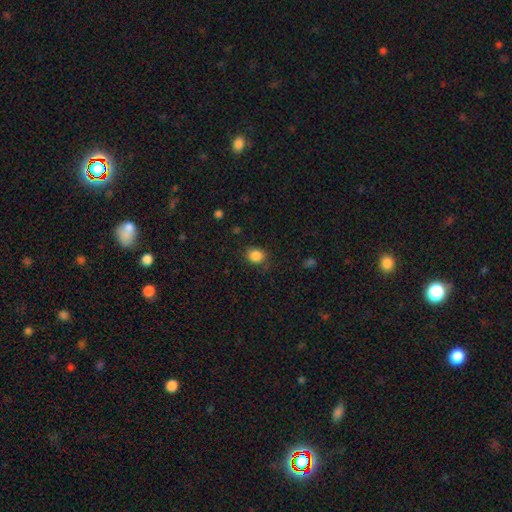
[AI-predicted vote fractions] This appears to be a smooth galaxy with no disk features (86%) that is round (65%). Merging: none (77%).